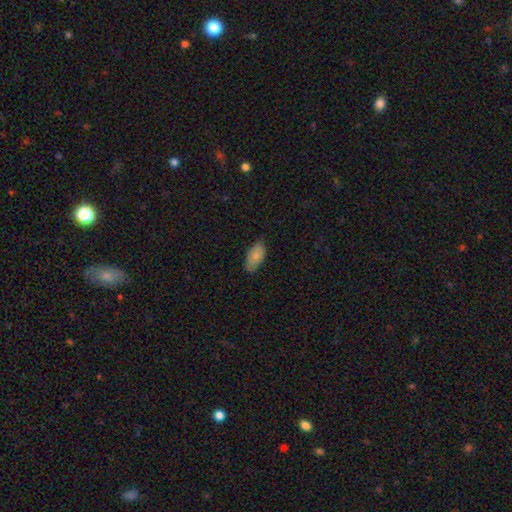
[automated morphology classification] smooth_or_featured: smooth (p=0.83) [alt: featured or disk p=0.11]
how_rounded: in between (p=0.92) [alt: cigar-shaped p=0.06]
merging: none (p=0.77) [alt: minor disturbance p=0.19]